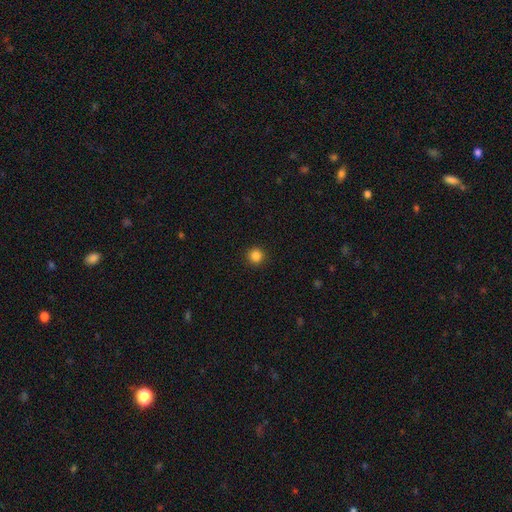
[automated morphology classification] type=smooth (86%); roundness=round (95%); merging=none (92%).